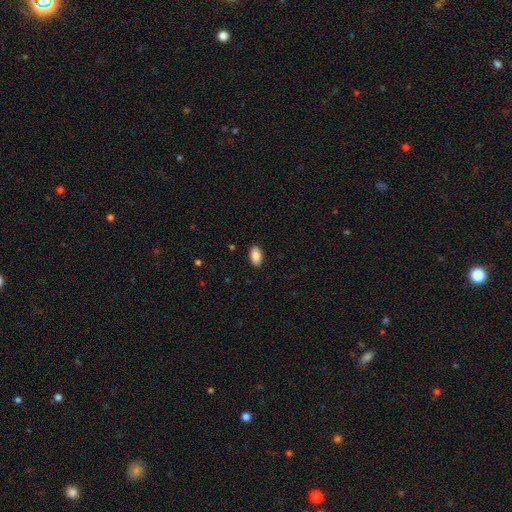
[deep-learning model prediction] Overall: smooth (89%). How rounded: in between (94%). Merging: none (89%).